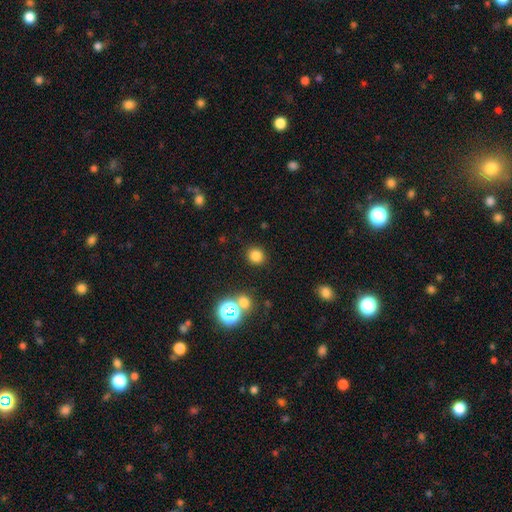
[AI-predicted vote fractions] Morphology: type=smooth (80%); roundness=round (87%); merging=none (87%).